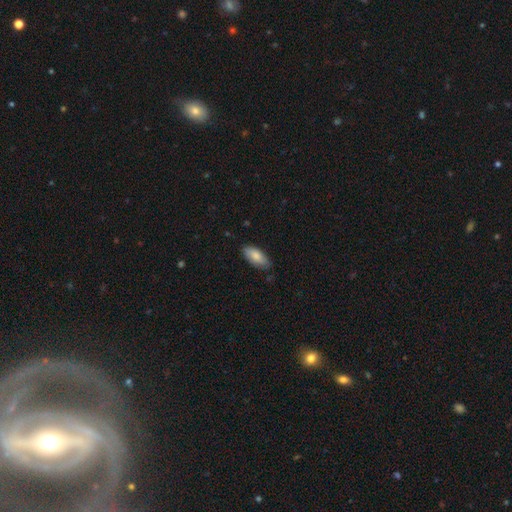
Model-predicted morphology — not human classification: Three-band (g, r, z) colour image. It shows a smooth galaxy with no disk features (83%) that is in between round and cigar-shaped (87%). Merging: none (80%).